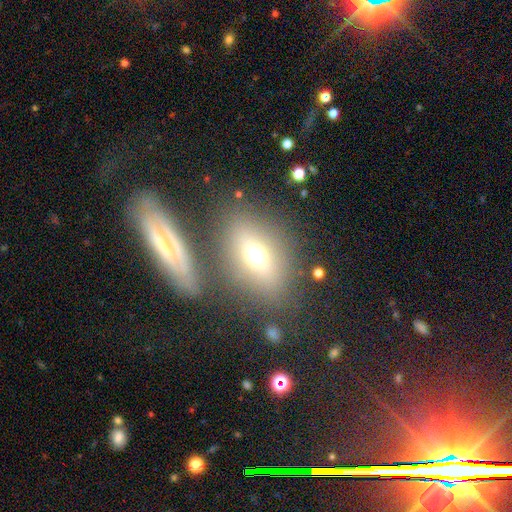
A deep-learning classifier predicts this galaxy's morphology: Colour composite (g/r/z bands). It shows a smooth galaxy with no disk features (56%) that is in between round and cigar-shaped (66%). Merging: none (71%).